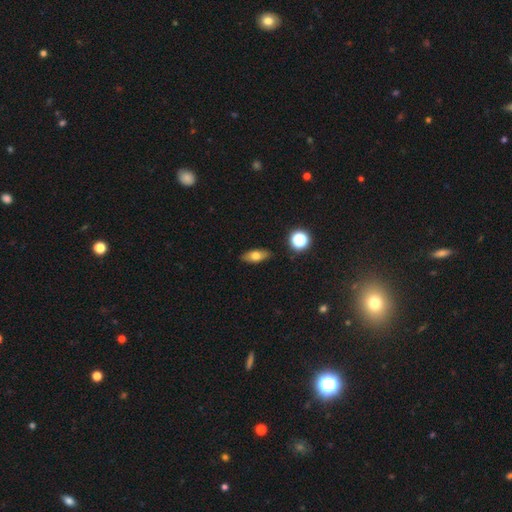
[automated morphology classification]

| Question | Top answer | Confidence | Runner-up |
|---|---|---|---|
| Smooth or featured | smooth | 70% | featured or disk (20%) |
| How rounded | in between | 79% | cigar-shaped (14%) |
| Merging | none | 87% | minor disturbance (10%) |